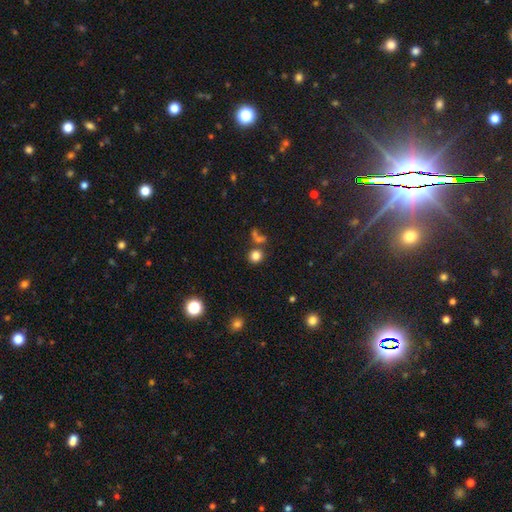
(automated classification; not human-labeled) Morphology: type=smooth (79%); roundness=round (89%); merging=none (71%).